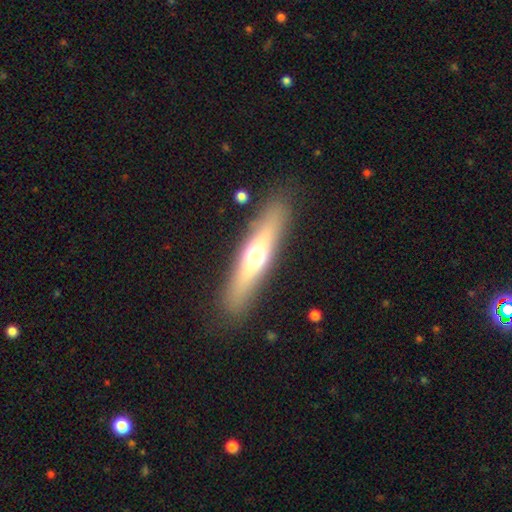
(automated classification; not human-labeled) Overall: smooth (47%, tied with featured or disk). Merging: none (87%).